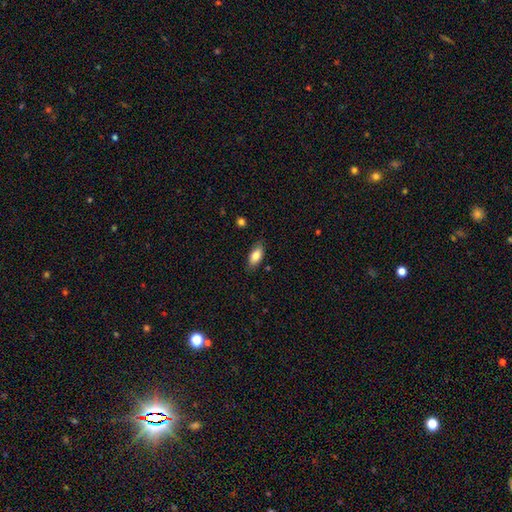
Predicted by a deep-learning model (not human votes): This appears to be a smooth galaxy with no disk features (83%) that is in between round and cigar-shaped (88%). Merging: none (81%).